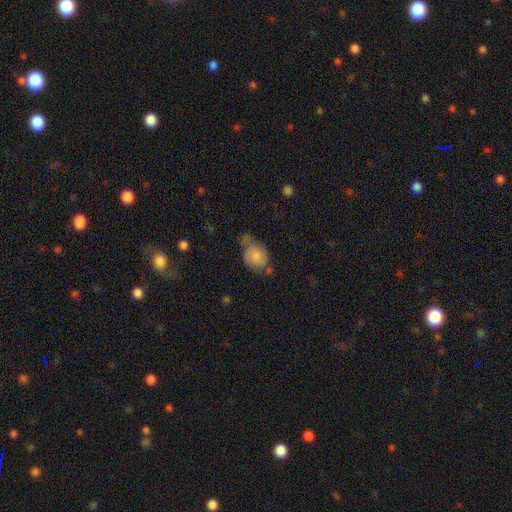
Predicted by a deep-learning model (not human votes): This is likely a smooth galaxy (73%). How rounded: likely in between (73%). Merging: marginally minor disturbance (35%).